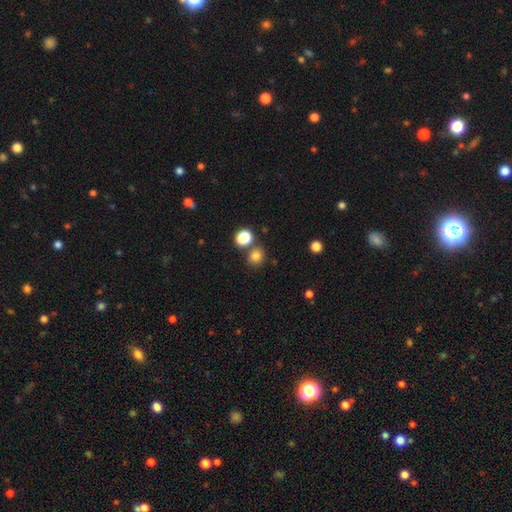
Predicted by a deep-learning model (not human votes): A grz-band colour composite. It shows a smooth galaxy with no disk features (81%) that is round (79%). Merging: none (73%).